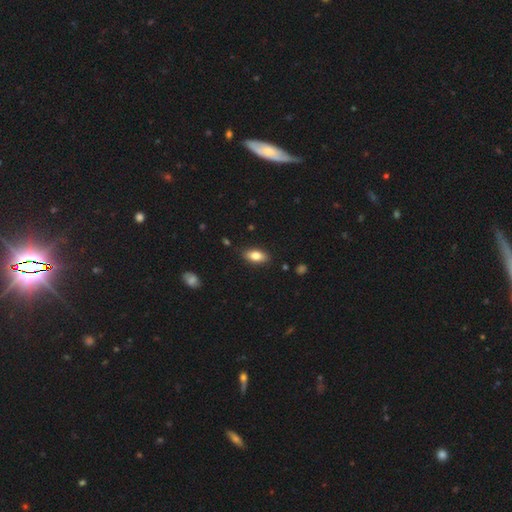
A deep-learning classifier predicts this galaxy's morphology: Smooth or featured: smooth — 81% (featured or disk — 12%)
How rounded: in between — 87% (cigar-shaped — 9%)
Merging: none — 85% (minor disturbance — 11%)